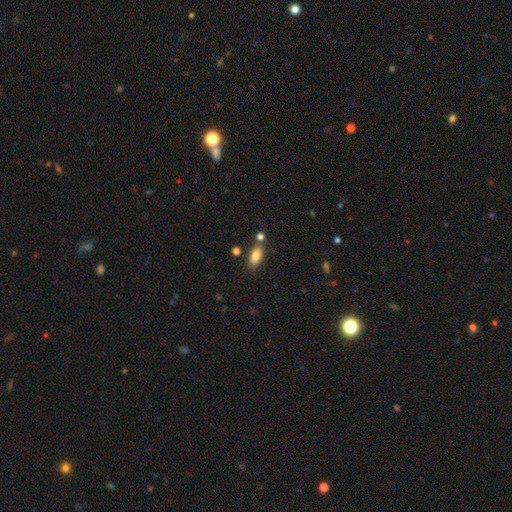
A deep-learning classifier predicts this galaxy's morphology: This is clearly a smooth galaxy (82%). How rounded: clearly in between (85%). Merging: likely none (75%).